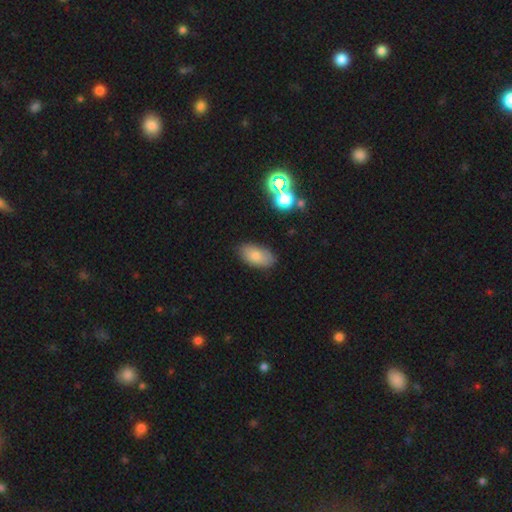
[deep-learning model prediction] Smooth or featured: smooth — 77% (featured or disk — 14%)
How rounded: in between — 93% (round — 4%)
Merging: none — 82% (minor disturbance — 13%)